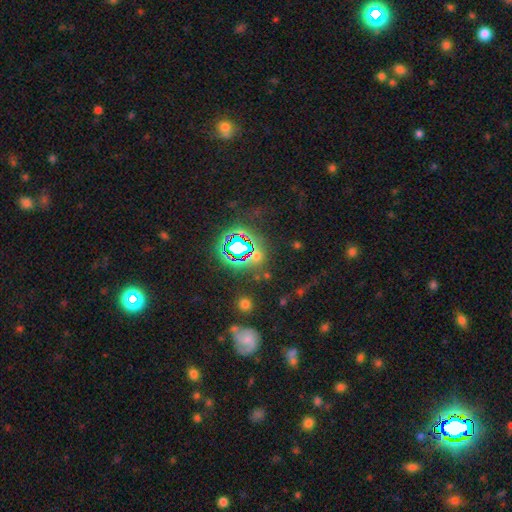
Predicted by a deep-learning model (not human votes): Smooth or featured? star or artifact (69%)